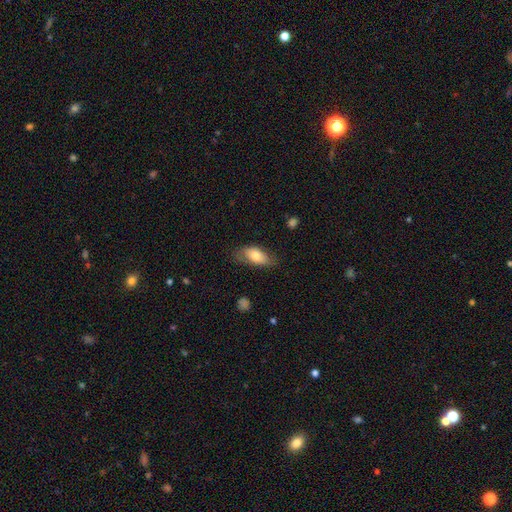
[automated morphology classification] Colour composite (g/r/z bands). It shows a smooth galaxy with no disk features (71%) that is in between round and cigar-shaped (89%). Merging: none (64%).